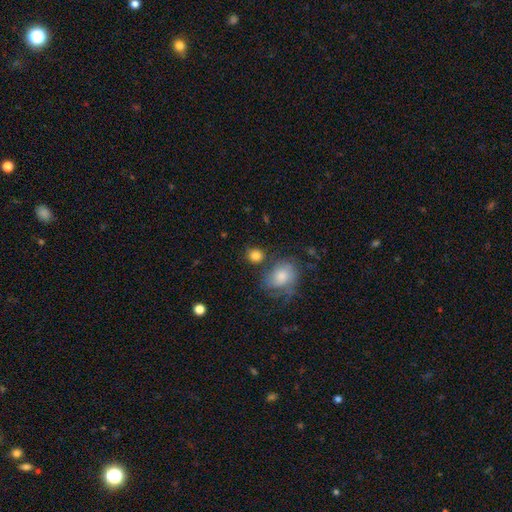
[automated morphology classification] The model was most divided on "merging": none: 69%, minor disturbance: 13%, merger: 11%, major disturbance: 6%. More confident: smooth or featured — smooth (83%); how rounded — round (78%).